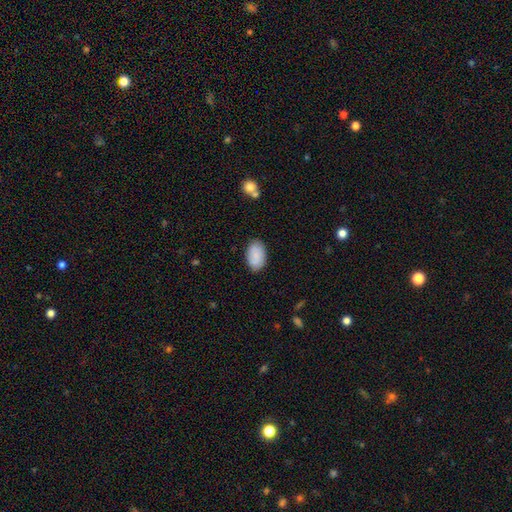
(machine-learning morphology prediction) type=smooth (83%); roundness=in between (93%); merging=none (84%).